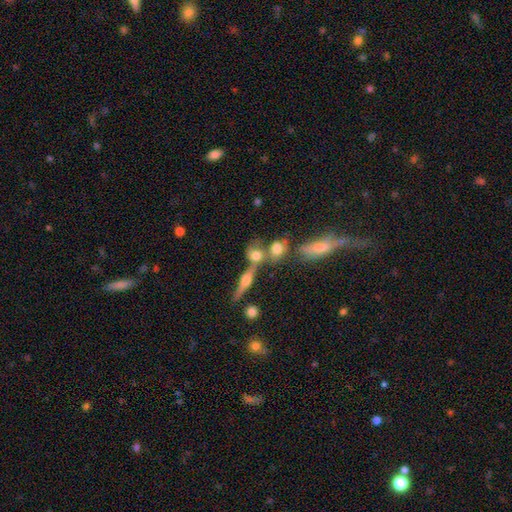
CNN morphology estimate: Smooth or featured? smooth (54%)
How rounded? round (49%)
Merging? none (44%)